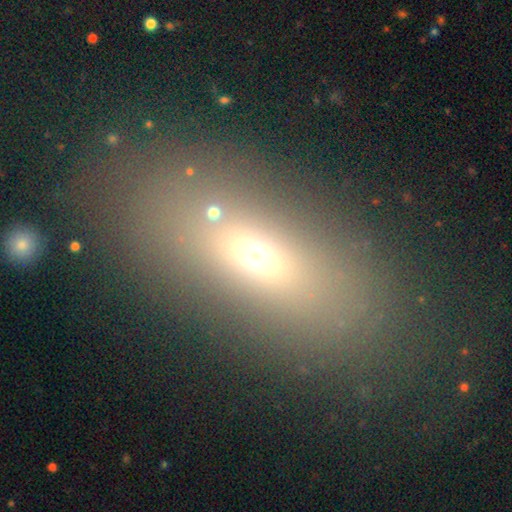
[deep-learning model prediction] Smooth or featured: smooth — 58% (featured or disk — 23%)
How rounded: in between — 70% (cigar-shaped — 22%)
Merging: none — 75% (minor disturbance — 12%)